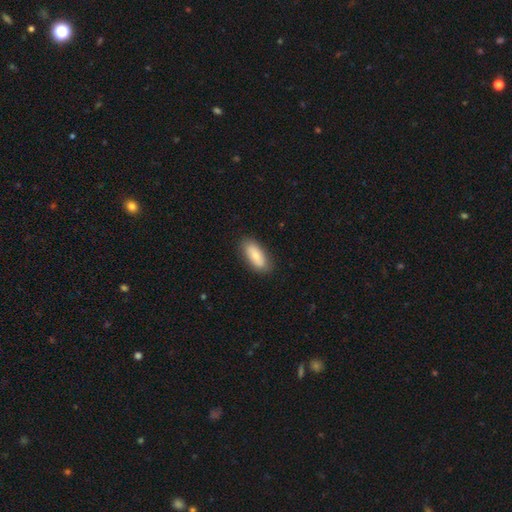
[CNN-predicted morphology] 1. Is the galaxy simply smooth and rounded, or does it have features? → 74% smooth, 20% featured or disk, 6% star or artifact.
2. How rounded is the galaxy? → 84% in between, 14% cigar-shaped, 3% round.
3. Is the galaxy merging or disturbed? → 85% none, 12% minor disturbance, 3% major disturbance, 1% merger.